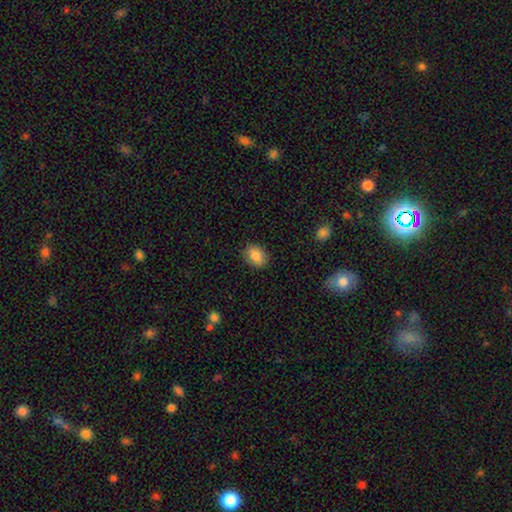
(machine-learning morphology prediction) This is clearly a smooth galaxy (87%). How rounded: likely in between (67%). Merging: clearly none (87%).